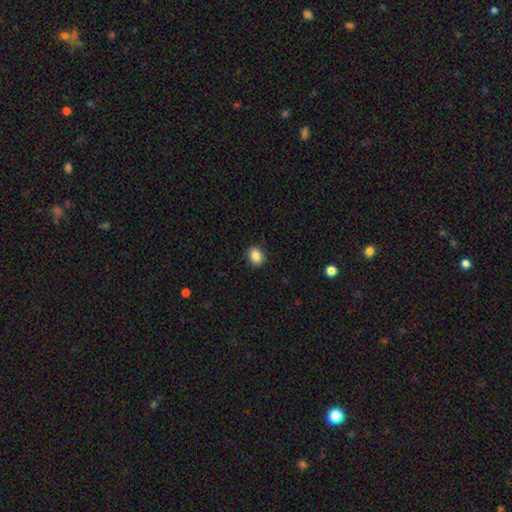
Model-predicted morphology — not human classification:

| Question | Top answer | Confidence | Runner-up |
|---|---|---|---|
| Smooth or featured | smooth | 86% | star or artifact (9%) |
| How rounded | round | 58% | in between (42%) |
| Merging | none | 90% | minor disturbance (7%) |